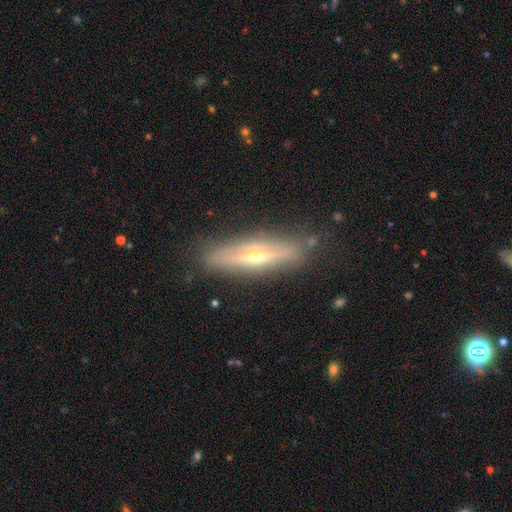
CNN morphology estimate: Smooth or featured? Predicted: featured or disk (p=0.71). Edge-on disk? Predicted: yes (p=0.90). Edge-on bulge? Predicted: rounded (p=0.86). Merging? Predicted: none (p=0.84).